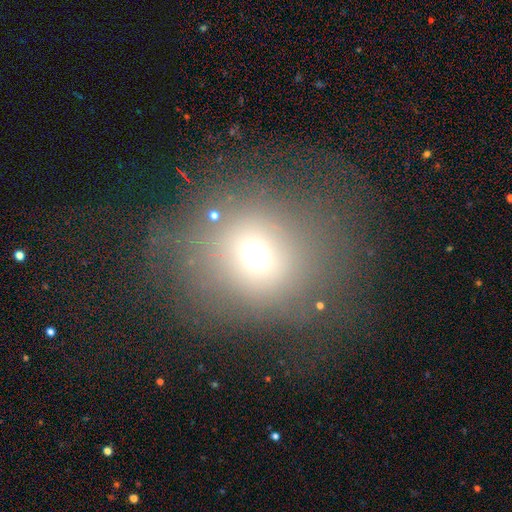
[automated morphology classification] smooth 62%, star or artifact 22%, featured or disk 16%. Down the decision tree: how rounded — round (81%); merging — none (58%).